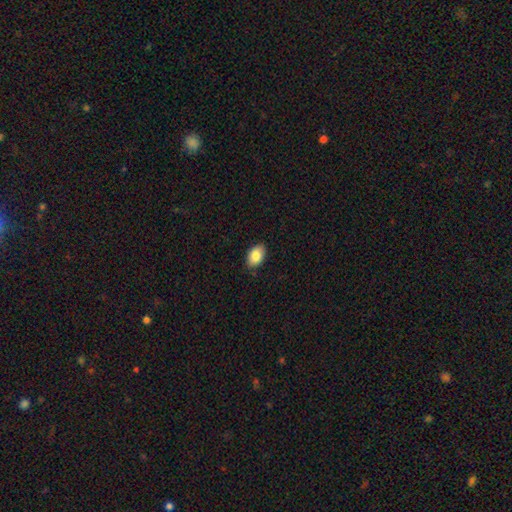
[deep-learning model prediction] Smooth or featured?
  - smooth: 86% *
  - star or artifact: 7%
  - featured or disk: 7%
How rounded?
  - in between: 88% *
  - round: 10%
  - cigar-shaped: 1%
Merging?
  - none: 85% *
  - minor disturbance: 12%
  - major disturbance: 2%
  - merger: 1%